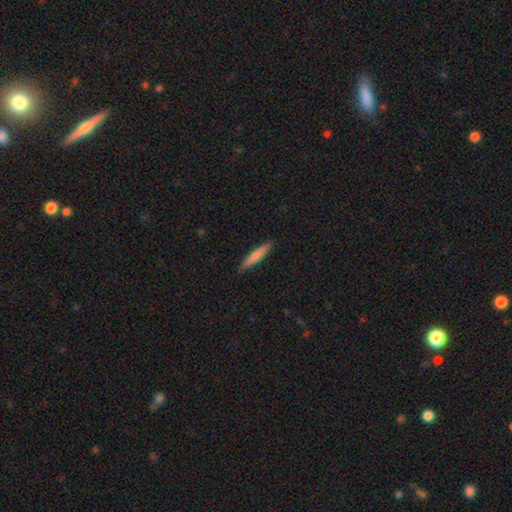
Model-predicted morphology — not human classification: This is likely a smooth galaxy (75%). How rounded: clearly cigar-shaped (92%). Merging: clearly none (90%).